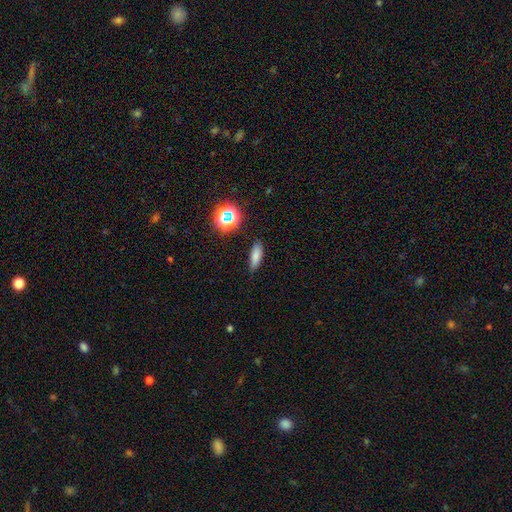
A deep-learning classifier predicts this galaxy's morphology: type=smooth (75%); roundness=in between (57%); merging=none (85%).